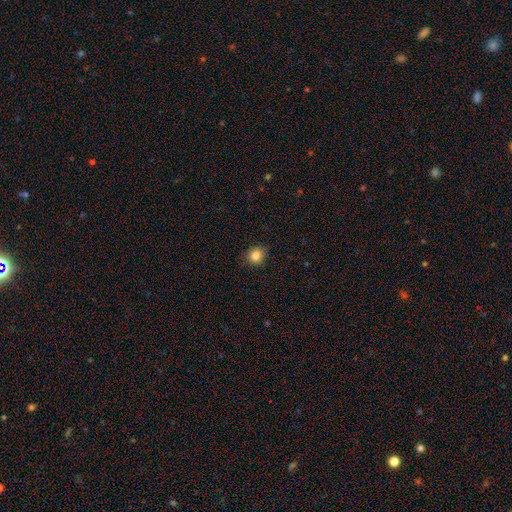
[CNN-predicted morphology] smooth_or_featured: smooth (p=0.84) [alt: star or artifact p=0.11]
how_rounded: round (p=0.82) [alt: in between p=0.17]
merging: none (p=0.88) [alt: minor disturbance p=0.09]